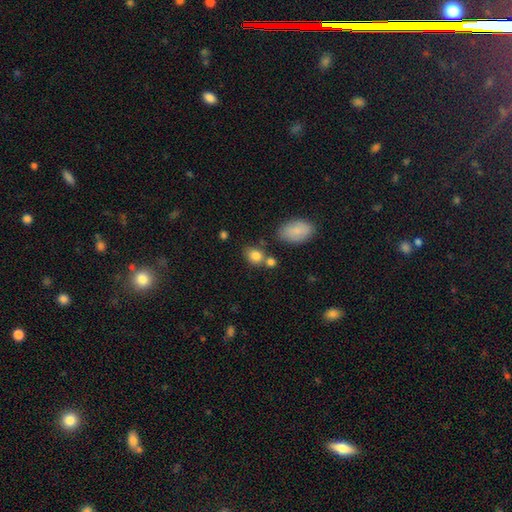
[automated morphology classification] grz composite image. It shows a smooth galaxy with no disk features (82%) that is round (51%). Merging: none (61%).